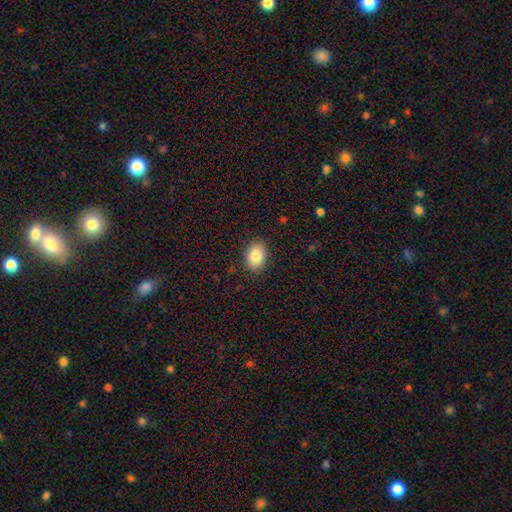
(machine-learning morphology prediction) Smooth or featured? smooth (84%)
How rounded? in between (72%)
Merging? none (89%)